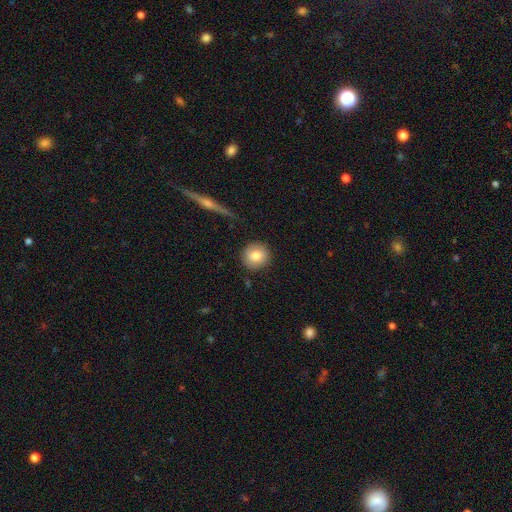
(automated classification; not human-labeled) Smooth or featured? Predicted: smooth (p=0.82). How rounded? Predicted: round (p=0.92). Merging? Predicted: none (p=0.88).